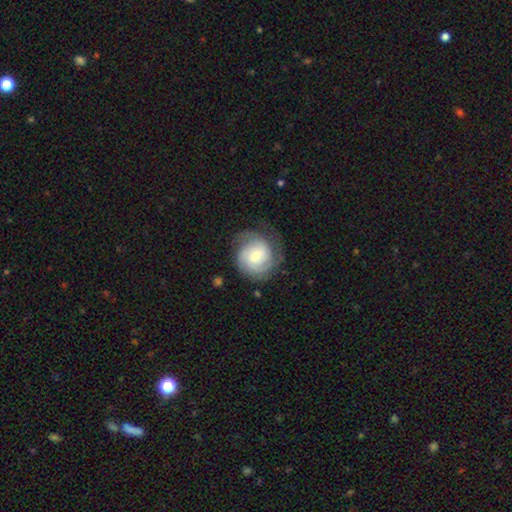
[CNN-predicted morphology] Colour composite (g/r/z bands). It shows a featured or disk galaxy (66%) with no bar (53%), 2 (37%) tight (59%) spiral arms (90%) and a moderate central bulge (53%). Merging: none (68%).